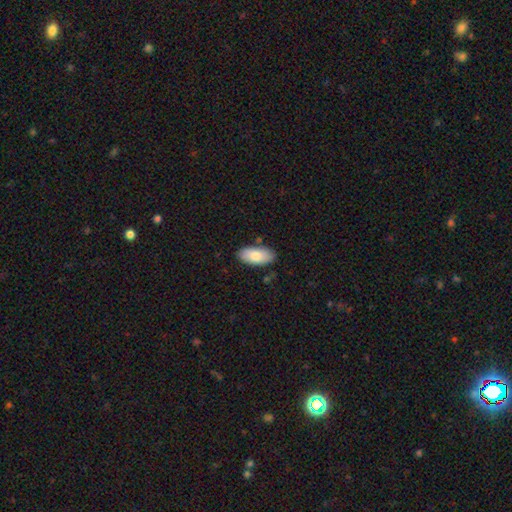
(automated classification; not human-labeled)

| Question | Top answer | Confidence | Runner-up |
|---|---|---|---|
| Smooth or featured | smooth | 84% | featured or disk (10%) |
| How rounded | in between | 93% | cigar-shaped (5%) |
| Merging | none | 84% | minor disturbance (12%) |